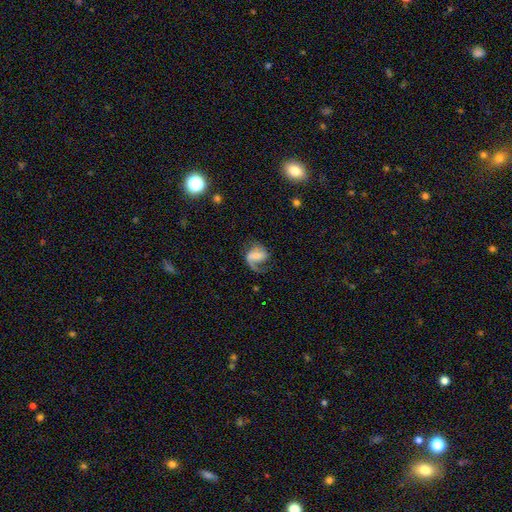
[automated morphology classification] Smooth or featured? featured or disk (74%)
Edge-on disk? no (97%)
Bar? weak (44%)
Spiral arms? yes (92%)
Spiral winding? loose (44%)
Spiral arm count? 1 (47%, tied with 2)
Bulge size? small (46%)
Merging? none (49%)